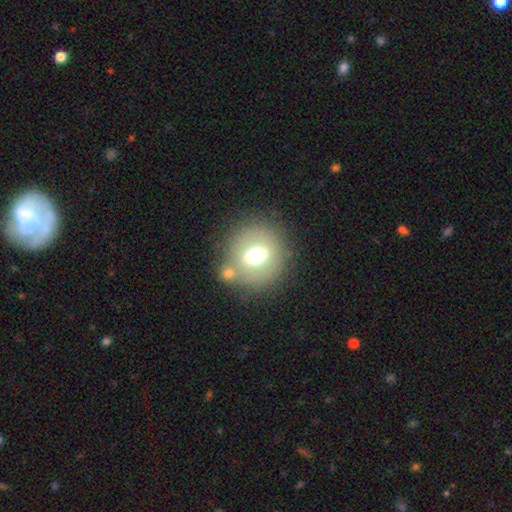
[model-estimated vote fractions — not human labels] A smooth galaxy with no disk features (56%) that is round (78%). Merging: none (65%).